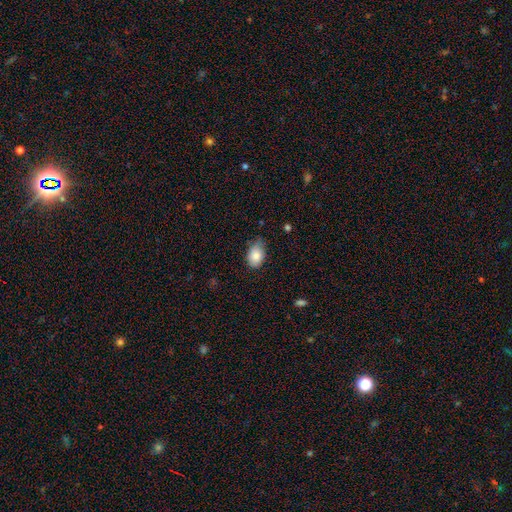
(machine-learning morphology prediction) Smooth or featured? Predicted: smooth (p=0.85). How rounded? Predicted: in between (p=0.84). Merging? Predicted: none (p=0.57).